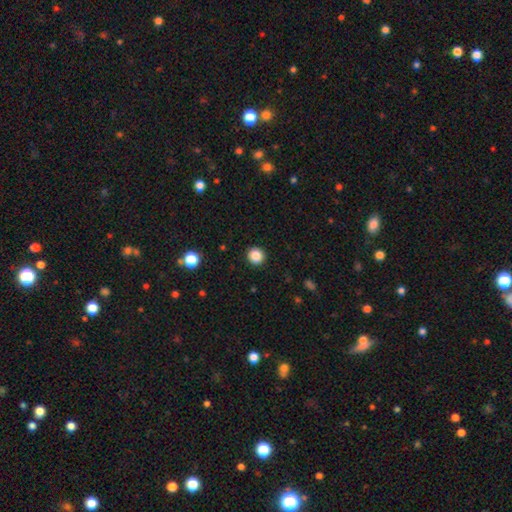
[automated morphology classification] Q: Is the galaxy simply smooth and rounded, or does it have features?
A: smooth — 85%.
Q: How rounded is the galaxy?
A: round — 94%.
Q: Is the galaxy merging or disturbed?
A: none — 93%.